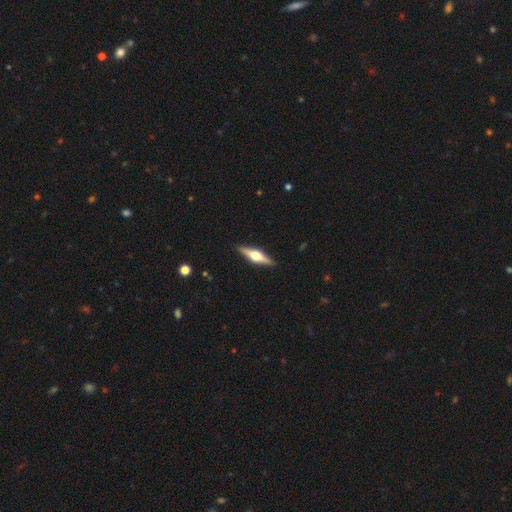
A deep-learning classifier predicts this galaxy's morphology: Smooth or featured: featured or disk — 72% (smooth — 23%)
Edge-on disk: yes — 97% (no — 3%)
Edge-on bulge: rounded — 94% (boxy — 5%)
Merging: none — 91% (minor disturbance — 7%)